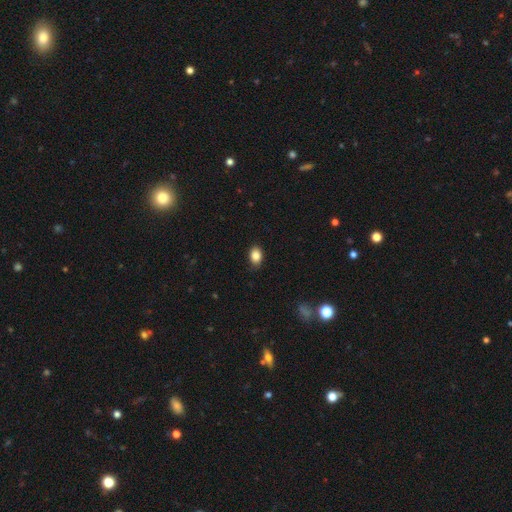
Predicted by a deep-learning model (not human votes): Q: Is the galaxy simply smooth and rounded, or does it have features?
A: smooth — 86%.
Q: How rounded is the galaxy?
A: in between — 78%.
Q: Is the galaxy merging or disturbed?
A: none — 85%.